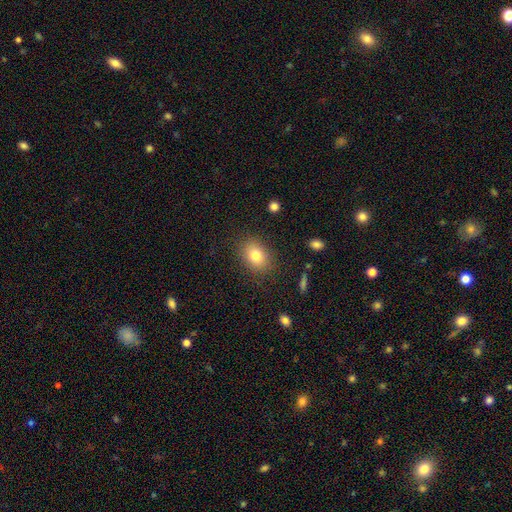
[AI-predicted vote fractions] smooth-or-featured: smooth: 80% | star or artifact: 10% | featured or disk: 10%
  how-rounded: in between: 64% | round: 35% | cigar-shaped: 1%
  merging: none: 85% | minor disturbance: 10% | major disturbance: 4% | merger: 1%